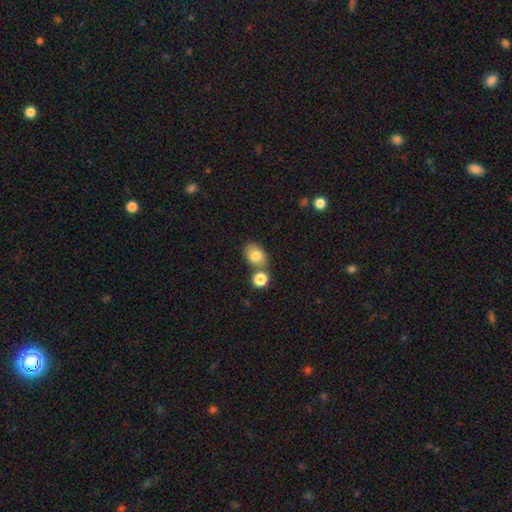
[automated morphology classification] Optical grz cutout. It shows a smooth galaxy with no disk features (80%) that is in between round and cigar-shaped (65%). Merging: none (59%).